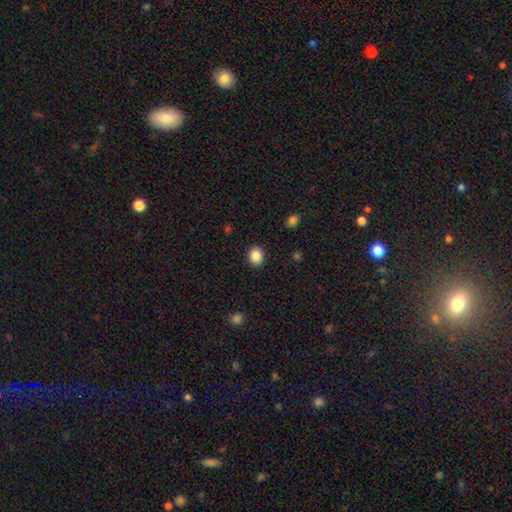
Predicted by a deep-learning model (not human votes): Smooth or featured: smooth — 87% (star or artifact — 9%)
How rounded: round — 54% (in between — 45%)
Merging: none — 90% (minor disturbance — 7%)